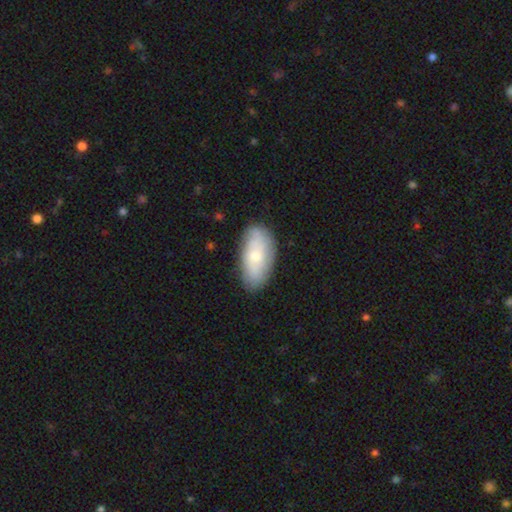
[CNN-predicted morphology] Smooth or featured? Predicted: smooth (p=0.56). How rounded? Predicted: in between (p=0.92). Merging? Predicted: none (p=0.77).